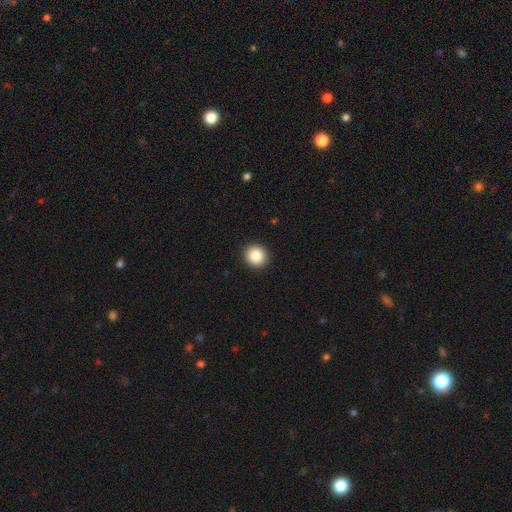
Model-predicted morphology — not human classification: The model was most divided on "smooth or featured": smooth: 86%, star or artifact: 9%, featured or disk: 5%. More confident: merging — none (92%); how rounded — round (89%).